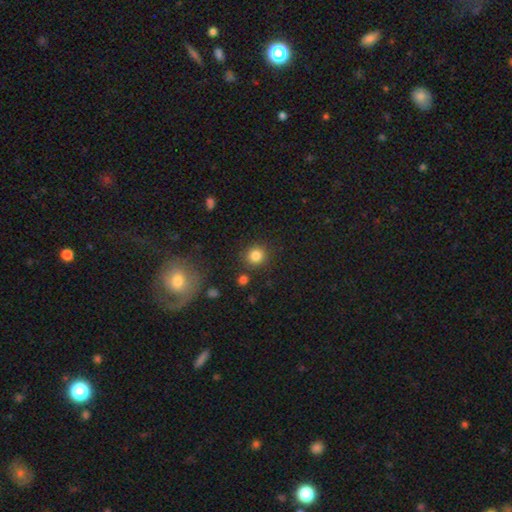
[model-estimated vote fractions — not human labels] Smooth or featured? Predicted: smooth (p=0.83). How rounded? Predicted: round (p=0.90). Merging? Predicted: none (p=0.86).